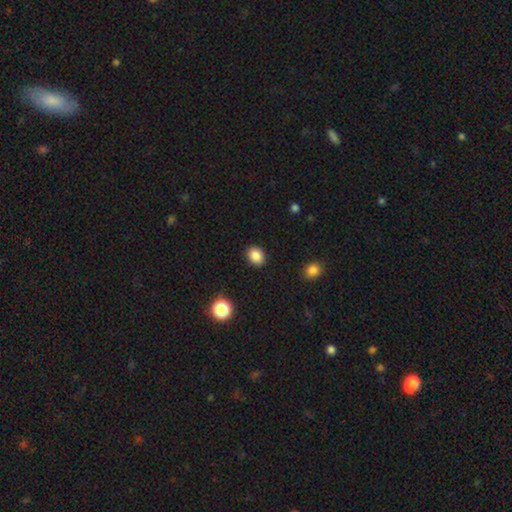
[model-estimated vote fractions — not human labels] Smooth or featured: smooth — 86% (star or artifact — 10%)
How rounded: round — 55% (in between — 44%)
Merging: none — 90% (minor disturbance — 7%)